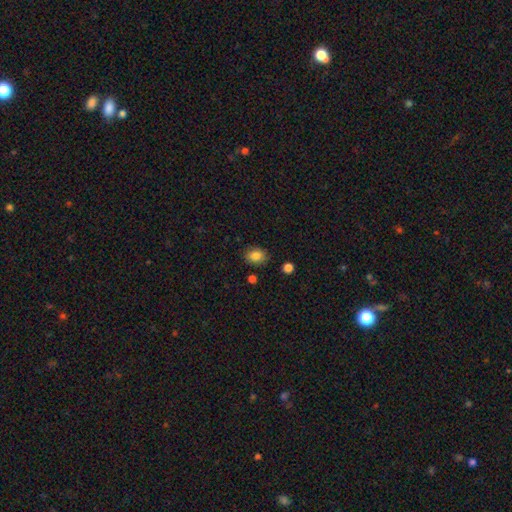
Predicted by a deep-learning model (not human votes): The model was most divided on "how rounded": in between: 60%, round: 39%, cigar-shaped: 1%. More confident: merging — none (85%); smooth or featured — smooth (84%).